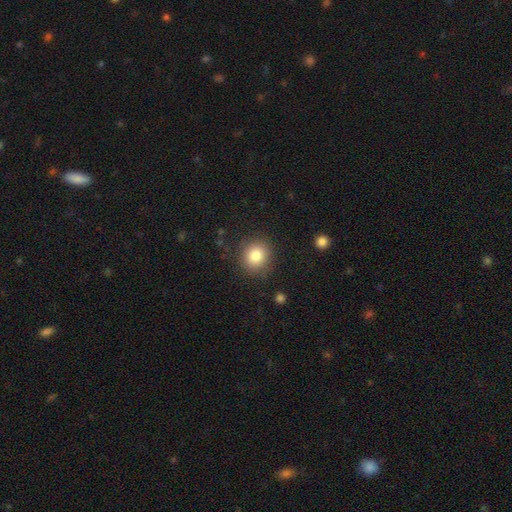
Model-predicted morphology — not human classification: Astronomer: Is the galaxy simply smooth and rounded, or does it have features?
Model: smooth — 83%.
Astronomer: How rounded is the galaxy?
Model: round — 81%.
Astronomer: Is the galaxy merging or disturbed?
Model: none — 86%.